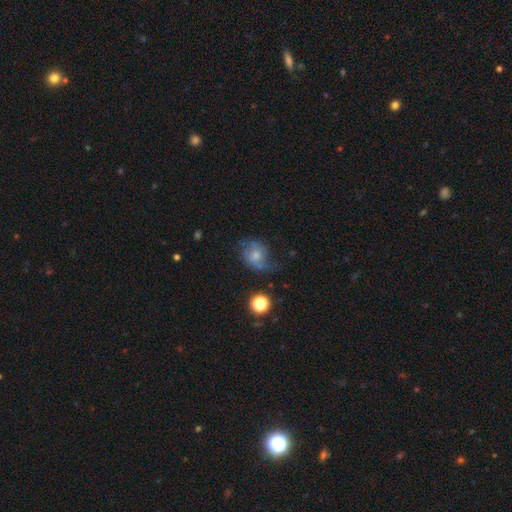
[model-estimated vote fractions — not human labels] A featured or disk galaxy (48%).

Vote fractions:
- Smooth or featured? featured or disk: 48% / smooth: 41% / star or artifact: 11%
- Merging? none: 44% / minor disturbance: 28% / major disturbance: 25% / merger: 4%